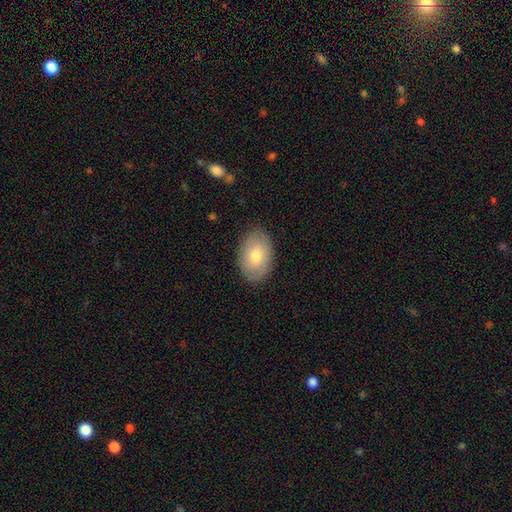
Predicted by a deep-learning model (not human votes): smooth_or_featured: smooth (p=0.74) [alt: featured or disk p=0.20]
how_rounded: in between (p=0.88) [alt: round p=0.11]
merging: none (p=0.86) [alt: minor disturbance p=0.11]